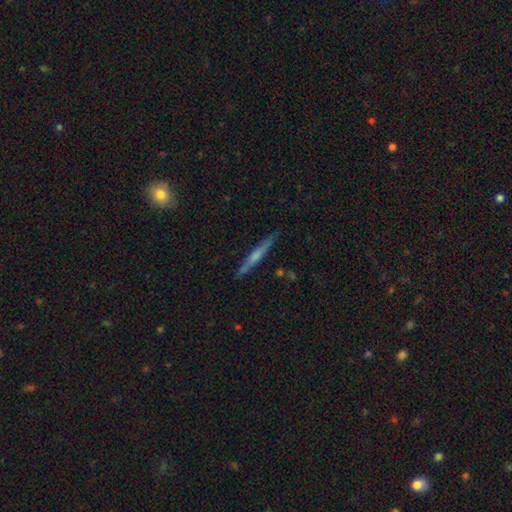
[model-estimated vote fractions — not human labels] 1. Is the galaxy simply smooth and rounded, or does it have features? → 58% featured or disk, 36% smooth, 6% star or artifact.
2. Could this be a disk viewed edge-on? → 97% yes, 3% no.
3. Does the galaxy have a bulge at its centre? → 48% rounded, 38% none, 15% boxy.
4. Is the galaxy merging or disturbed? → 88% none, 9% minor disturbance, 2% major disturbance, 1% merger.